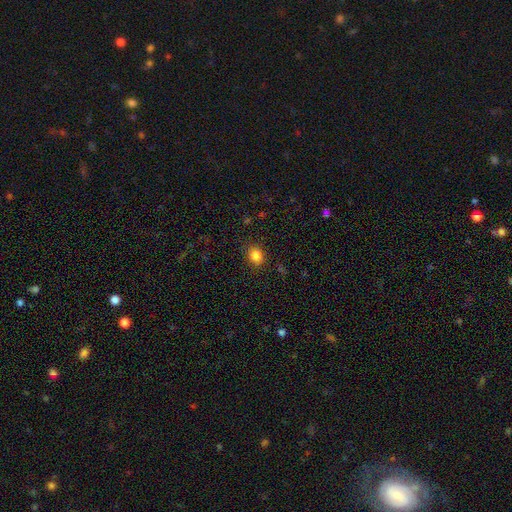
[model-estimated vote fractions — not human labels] Overall: smooth (84%). How rounded: round (59%; in between 40%). Merging: none (86%).